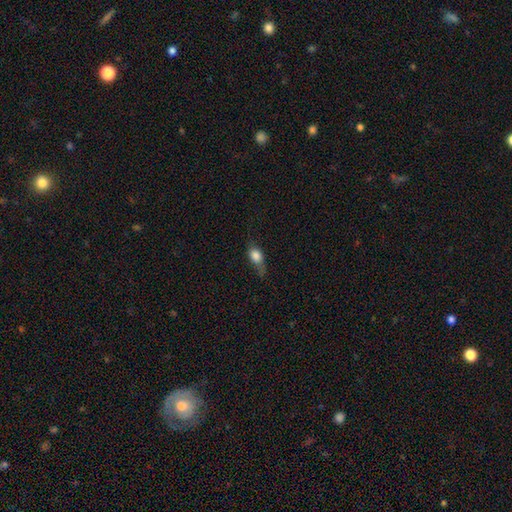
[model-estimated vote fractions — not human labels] smooth_or_featured: smooth (p=0.77) [alt: featured or disk p=0.14]
how_rounded: in between (p=0.70) [alt: round p=0.20]
merging: none (p=0.38) [alt: minor disturbance p=0.36]